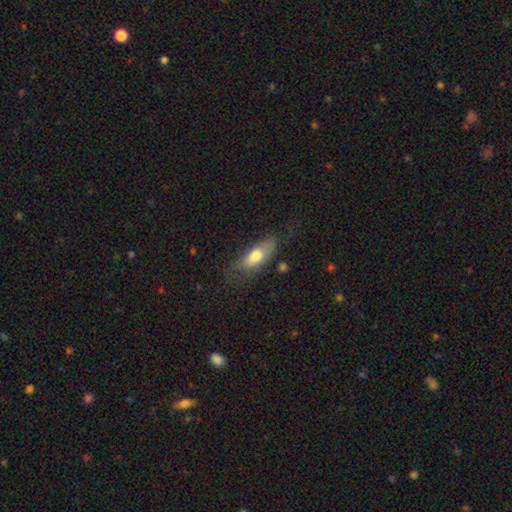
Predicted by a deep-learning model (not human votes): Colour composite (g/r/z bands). It shows a smooth galaxy with no disk features (71%) that is in between round and cigar-shaped (73%). Merging: none (59%).